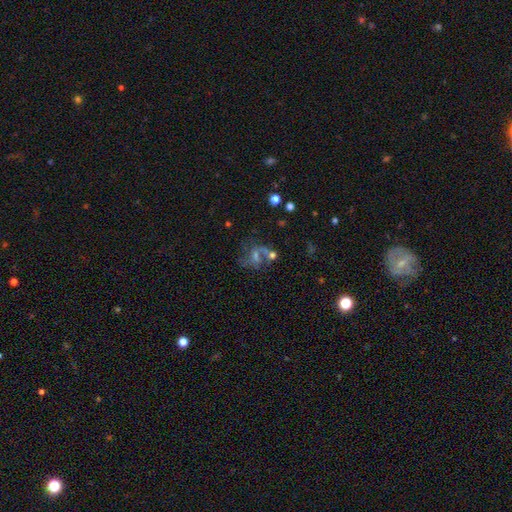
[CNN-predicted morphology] smooth-or-featured: featured or disk: 58% | star or artifact: 23% | smooth: 20%
  disk-edge-on: no: 97% | yes: 3%
    bar: no: 44% | weak: 42% | strong: 14%
    has-spiral-arms: yes: 77% | no: 23%
    bulge-size: small: 41% | moderate: 36% | none: 16% | large: 5% | dominant: 2%
  merging: none: 46% | merger: 20% | major disturbance: 18% | minor disturbance: 15%